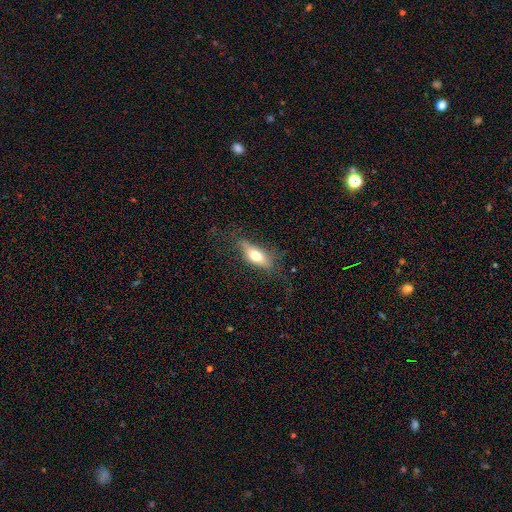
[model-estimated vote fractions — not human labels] This is likely a smooth galaxy (65%). How rounded: likely in between (69%). Merging: likely none (63%).